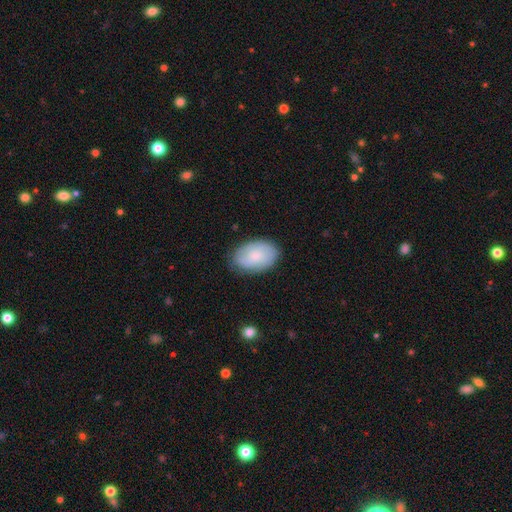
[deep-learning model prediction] Smooth or featured?
  - smooth: 70% *
  - featured or disk: 24%
  - star or artifact: 6%
How rounded?
  - in between: 87% *
  - round: 12%
  - cigar-shaped: 1%
Merging?
  - none: 80% *
  - minor disturbance: 15%
  - major disturbance: 3%
  - merger: 1%